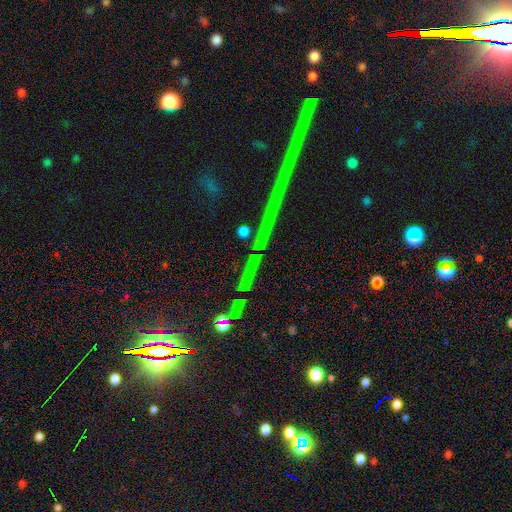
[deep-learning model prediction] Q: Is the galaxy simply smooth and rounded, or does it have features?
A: star or artifact — 81%.